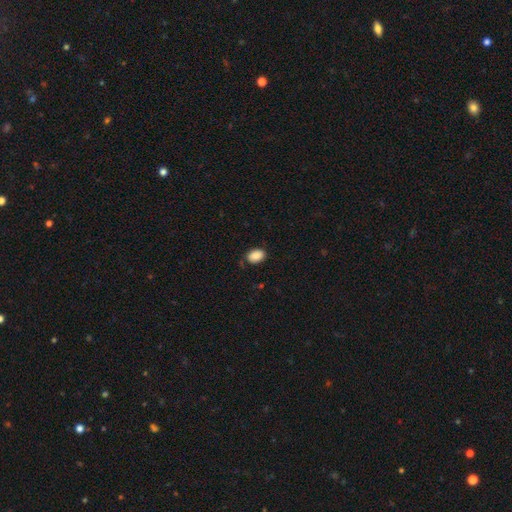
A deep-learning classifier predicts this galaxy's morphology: Smooth or featured? Predicted: smooth (p=0.88). How rounded? Predicted: in between (p=0.83). Merging? Predicted: none (p=0.74).